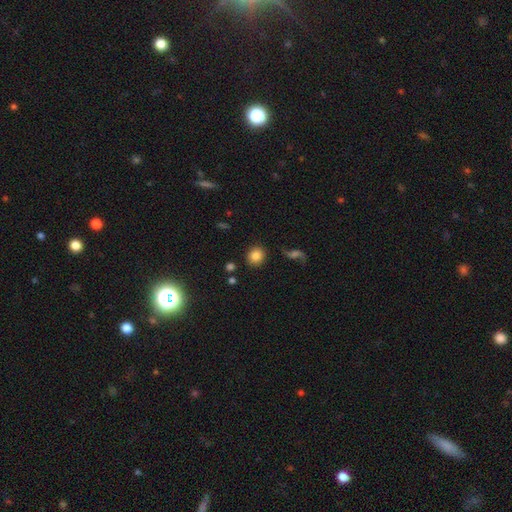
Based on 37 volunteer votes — smooth-or-featured: smooth: 89% | featured or disk: 8% | star or artifact: 3%
  how-rounded: round: 94% | in between: 6% | cigar-shaped: 0%
  merging: none: 89% | minor disturbance: 6% | major disturbance: 3% | merger: 3%